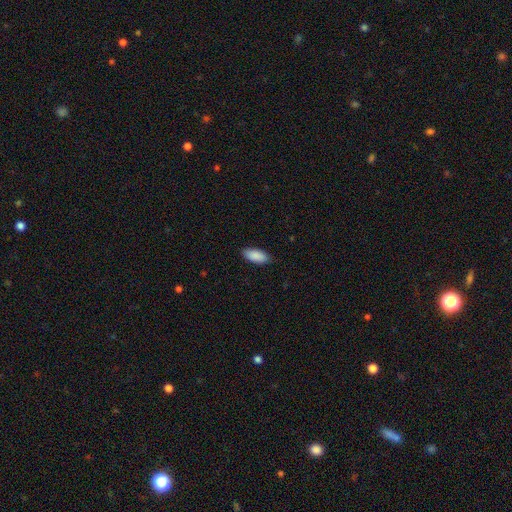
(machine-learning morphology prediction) Q: Smooth or featured?
A: smooth (90%); runner-up: star or artifact (6%)
Q: How rounded?
A: in between (87%); runner-up: cigar-shaped (11%)
Q: Merging?
A: none (87%); runner-up: minor disturbance (10%)